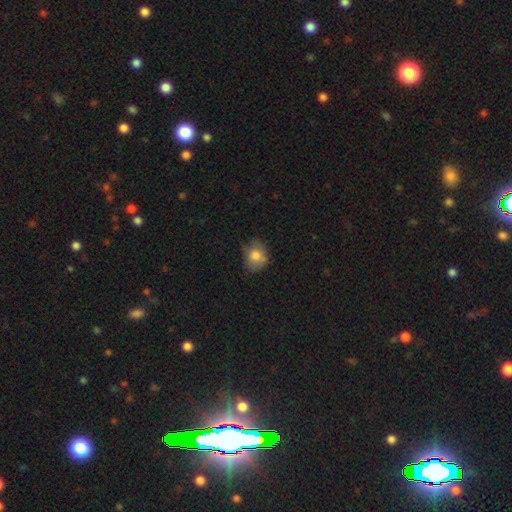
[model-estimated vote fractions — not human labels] Smooth or featured?
  - smooth: 78% *
  - featured or disk: 13%
  - star or artifact: 9%
How rounded?
  - round: 57% *
  - in between: 42%
  - cigar-shaped: 1%
Merging?
  - none: 59% *
  - minor disturbance: 31%
  - major disturbance: 8%
  - merger: 2%